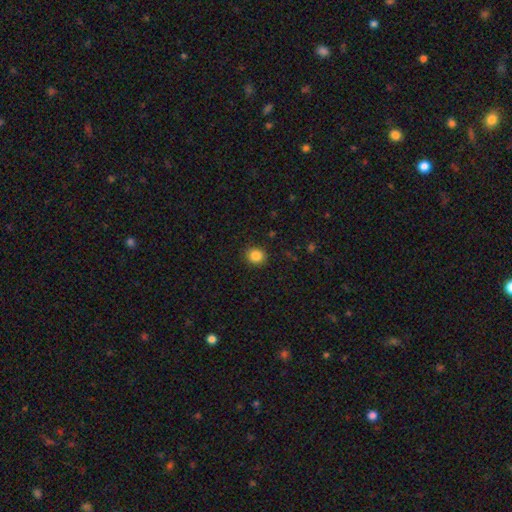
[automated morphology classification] Smooth or featured?
  - smooth: 85% *
  - star or artifact: 10%
  - featured or disk: 4%
How rounded?
  - round: 84% *
  - in between: 15%
  - cigar-shaped: 1%
Merging?
  - none: 90% *
  - minor disturbance: 7%
  - major disturbance: 2%
  - merger: 1%